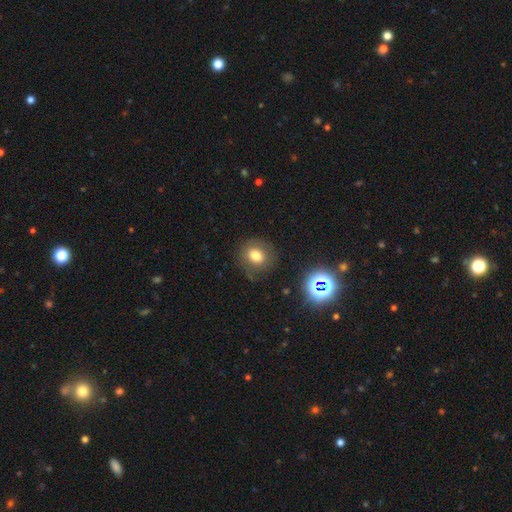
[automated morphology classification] smooth-or-featured: smooth: 74% | star or artifact: 14% | featured or disk: 12%
  how-rounded: round: 69% | in between: 30% | cigar-shaped: 1%
  merging: none: 81% | minor disturbance: 13% | major disturbance: 5% | merger: 2%